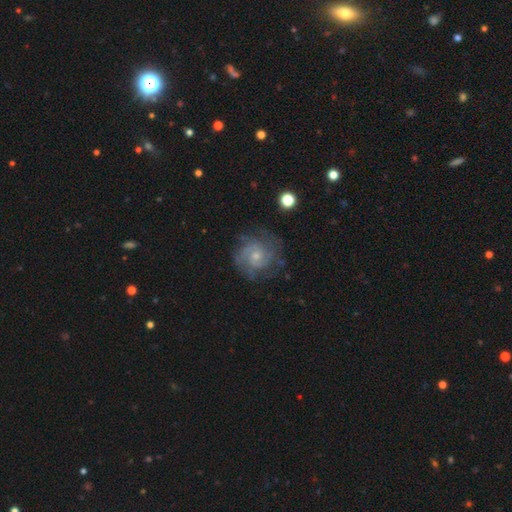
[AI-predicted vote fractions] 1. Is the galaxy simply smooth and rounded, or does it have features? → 77% featured or disk, 16% smooth, 7% star or artifact.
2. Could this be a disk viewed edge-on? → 98% no, 2% yes.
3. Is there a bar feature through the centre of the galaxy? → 73% no, 24% weak, 3% strong.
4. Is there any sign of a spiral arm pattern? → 92% yes, 8% no.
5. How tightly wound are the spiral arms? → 57% tight, 34% medium, 9% loose.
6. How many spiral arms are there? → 32% can't tell, 30% 2, 20% 3, 8% 4, 5% 1, 5% more than 4.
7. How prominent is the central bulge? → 63% small, 31% moderate, 3% none, 2% large, 1% dominant.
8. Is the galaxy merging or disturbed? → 72% none, 18% minor disturbance, 9% major disturbance, 2% merger.